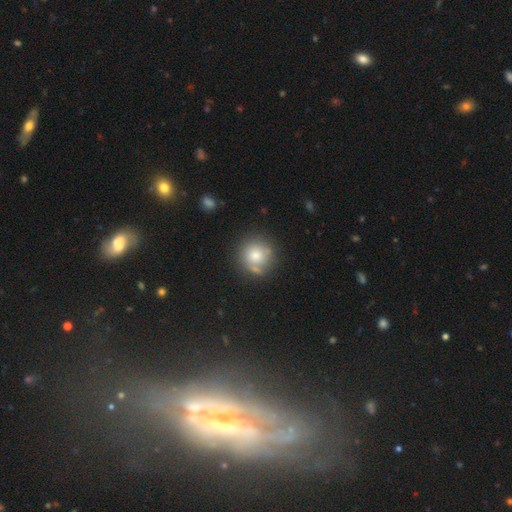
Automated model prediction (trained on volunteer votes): Overall: smooth (77%). How rounded: round (92%). Merging: none (68%).